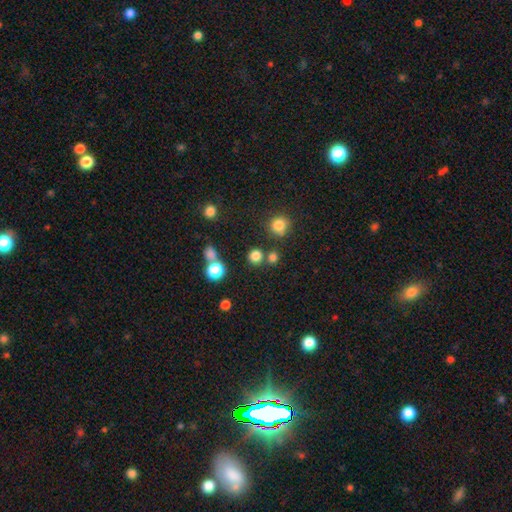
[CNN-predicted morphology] Smooth or featured: smooth — 78% (star or artifact — 17%)
How rounded: round — 91% (in between — 8%)
Merging: none — 77% (merger — 12%)